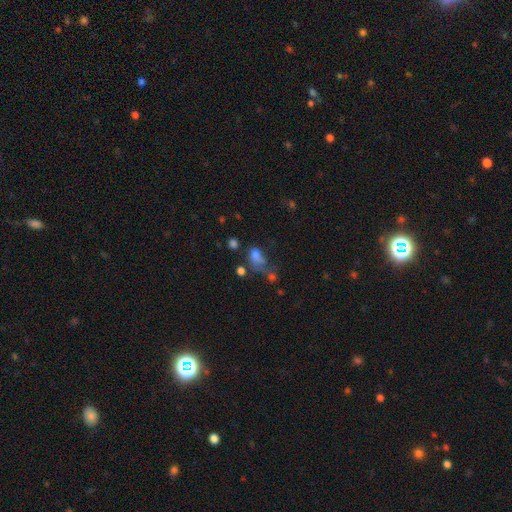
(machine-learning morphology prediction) Smooth or featured? smooth (64%)
How rounded? in between (70%)
Merging? major disturbance (34%)